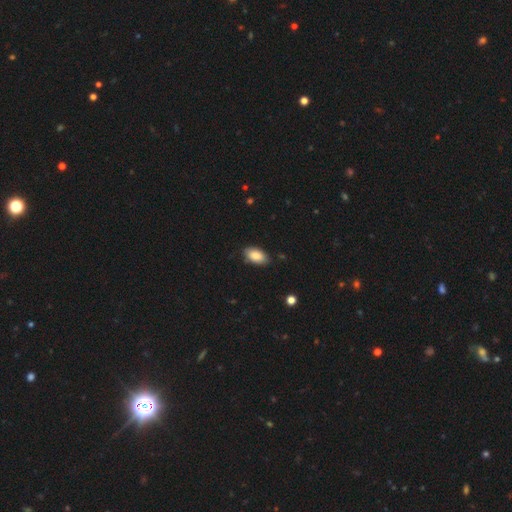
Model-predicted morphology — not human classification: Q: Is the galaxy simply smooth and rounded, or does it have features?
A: smooth — 88%.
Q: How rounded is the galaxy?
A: in between — 94%.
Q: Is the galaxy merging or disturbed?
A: none — 83%.